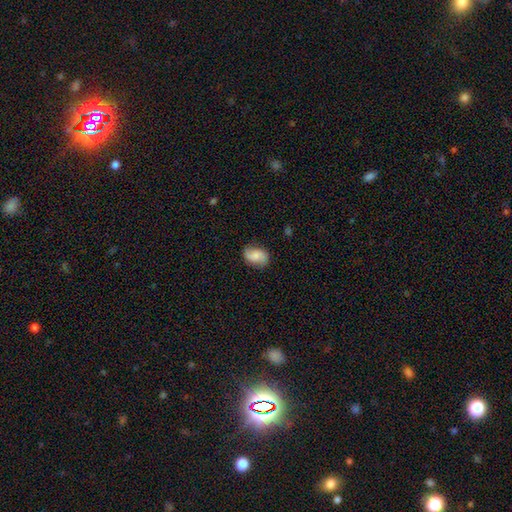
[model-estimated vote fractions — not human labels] Smooth or featured? Predicted: smooth (p=0.54). How rounded? Predicted: in between (p=0.82). Merging? Predicted: none (p=0.77).